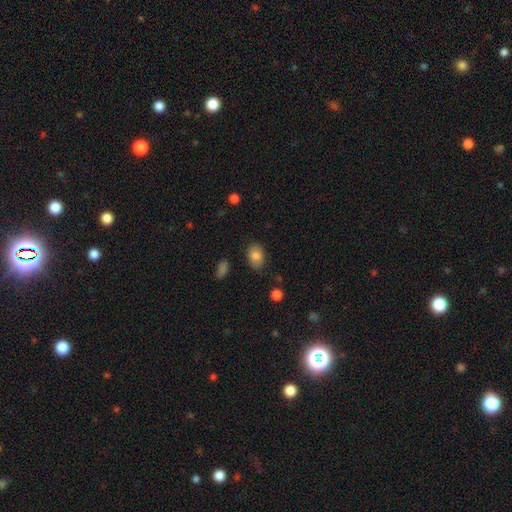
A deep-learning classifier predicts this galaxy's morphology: The model was most divided on "how rounded": in between: 81%, round: 18%, cigar-shaped: 1%. More confident: smooth or featured — smooth (82%); merging — none (81%).